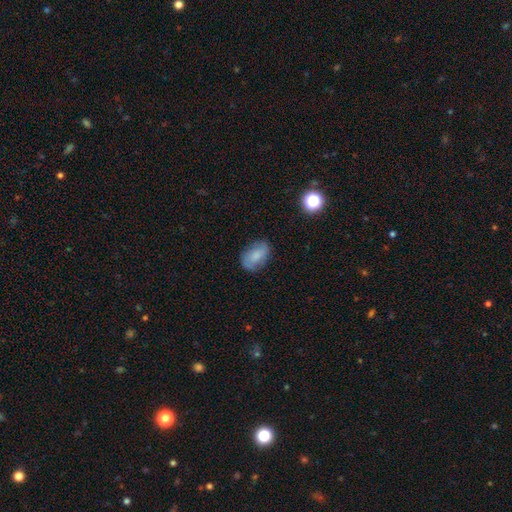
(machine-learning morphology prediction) type=smooth (69%); roundness=in between (88%); merging=none (74%).